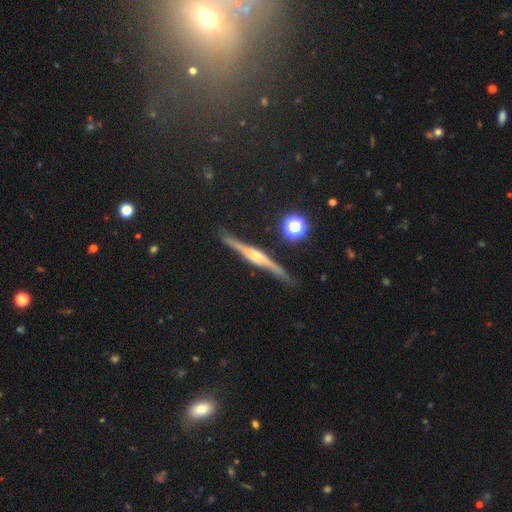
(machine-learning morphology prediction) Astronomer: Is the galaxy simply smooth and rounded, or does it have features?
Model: featured or disk — 82%.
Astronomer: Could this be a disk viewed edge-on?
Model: yes — 97%.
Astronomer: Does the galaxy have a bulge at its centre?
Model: rounded — 81%.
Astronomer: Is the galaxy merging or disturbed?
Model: none — 87%.